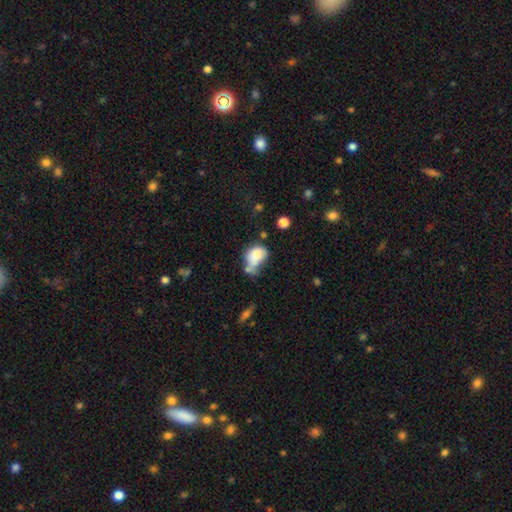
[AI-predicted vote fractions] Smooth or featured?
  - smooth: 76% *
  - featured or disk: 15%
  - star or artifact: 9%
How rounded?
  - in between: 68% *
  - round: 31%
  - cigar-shaped: 1%
Merging?
  - merger: 31% *
  - none: 25%
  - minor disturbance: 24%
  - major disturbance: 19%